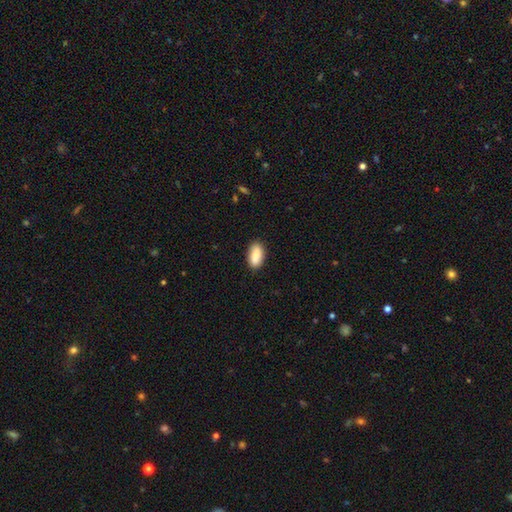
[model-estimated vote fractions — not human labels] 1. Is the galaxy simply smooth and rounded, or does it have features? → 90% smooth, 6% star or artifact, 4% featured or disk.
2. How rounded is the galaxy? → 91% in between, 7% cigar-shaped, 3% round.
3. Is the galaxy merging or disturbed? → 87% none, 10% minor disturbance, 2% major disturbance, 1% merger.